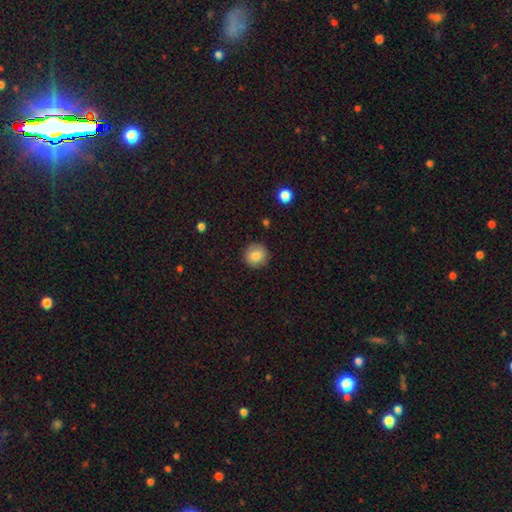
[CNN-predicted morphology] Smooth or featured? smooth (83%)
How rounded? round (93%)
Merging? none (89%)